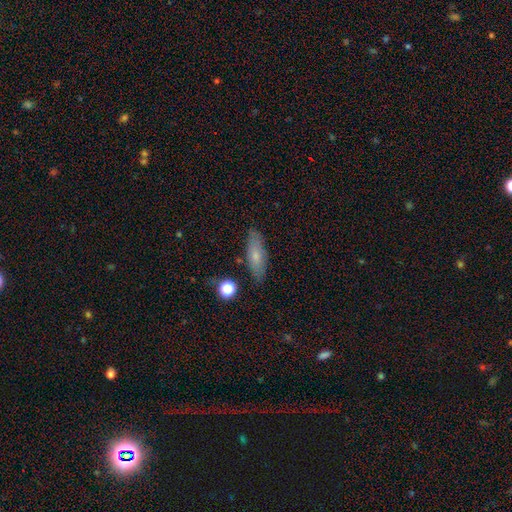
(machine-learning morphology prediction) Smooth or featured? Predicted: smooth (p=0.67). How rounded? Predicted: in between (p=0.58). Merging? Predicted: none (p=0.81).